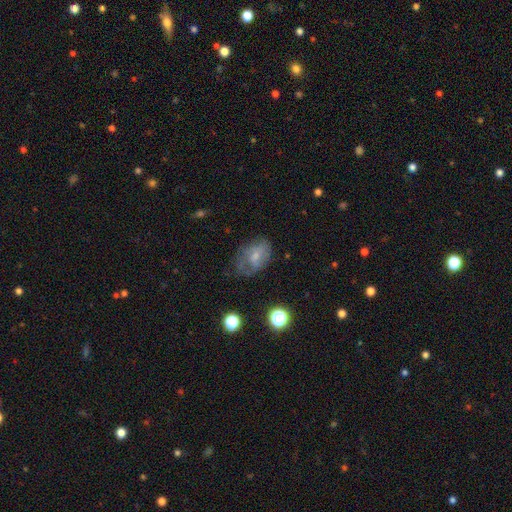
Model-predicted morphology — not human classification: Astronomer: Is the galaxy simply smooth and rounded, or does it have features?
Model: smooth — 49% (runner-up: featured or disk, 41%).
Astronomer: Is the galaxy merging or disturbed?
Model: none — 40% (runner-up: minor disturbance, 31%).